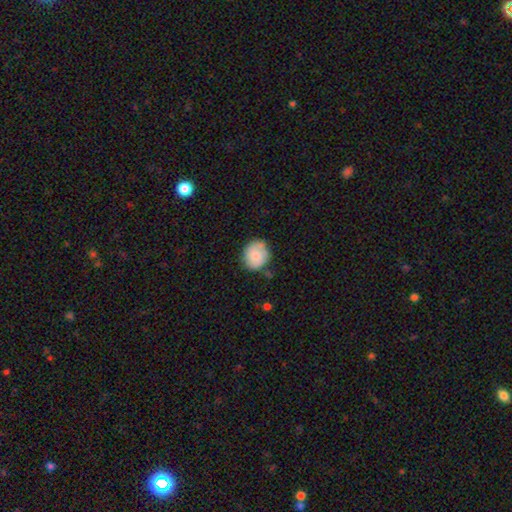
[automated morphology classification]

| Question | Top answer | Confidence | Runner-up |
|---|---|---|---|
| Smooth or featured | smooth | 71% | featured or disk (22%) |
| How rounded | round | 73% | in between (26%) |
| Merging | none | 67% | minor disturbance (23%) |